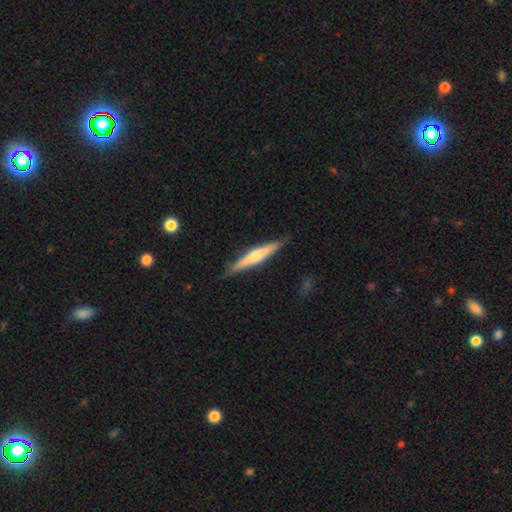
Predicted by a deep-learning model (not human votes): A featured or disk galaxy (56%) viewed edge-on (96%) with a rounded central bulge (75%).

Vote fractions:
- Smooth or featured? featured or disk: 56% / smooth: 39% / star or artifact: 6%
- Edge-on disk? yes: 96% / no: 4%
- Edge-on bulge? rounded: 75% / none: 17% / boxy: 8%
- Merging? none: 85% / minor disturbance: 11% / major disturbance: 2% / merger: 1%